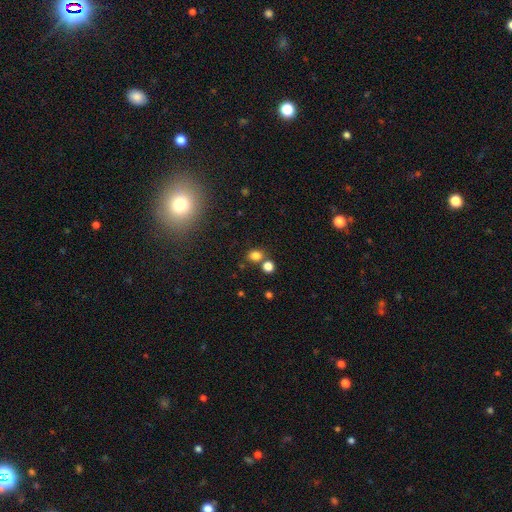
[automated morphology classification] Smooth or featured? smooth (78%)
How rounded? round (66%)
Merging? none (67%)